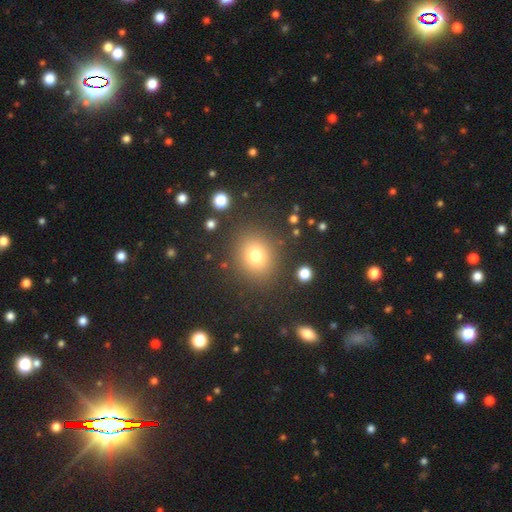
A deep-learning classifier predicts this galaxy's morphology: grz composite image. It shows a smooth galaxy with no disk features (75%) that is round (76%). Merging: none (86%).